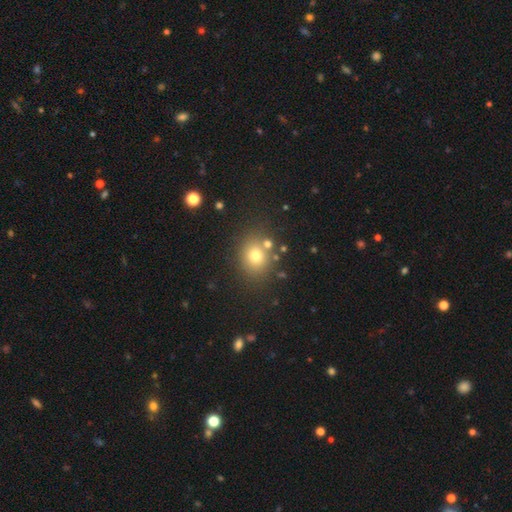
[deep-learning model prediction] Overall: smooth (73%). How rounded: round (67%; in between 32%). Merging: none (78%).